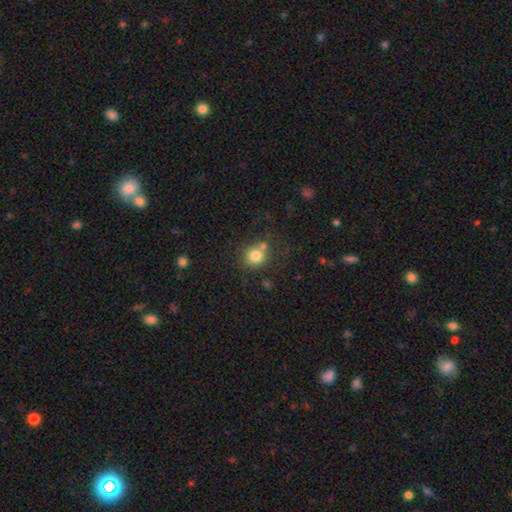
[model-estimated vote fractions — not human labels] Smooth or featured? smooth (80%)
How rounded? round (89%)
Merging? none (65%)